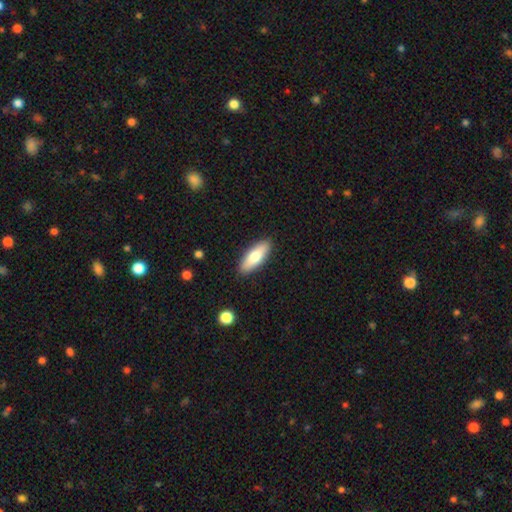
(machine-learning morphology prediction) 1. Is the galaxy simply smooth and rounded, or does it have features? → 71% smooth, 23% featured or disk, 6% star or artifact.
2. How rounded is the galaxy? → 60% in between, 38% cigar-shaped, 2% round.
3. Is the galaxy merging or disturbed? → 90% none, 7% minor disturbance, 2% major disturbance, 1% merger.